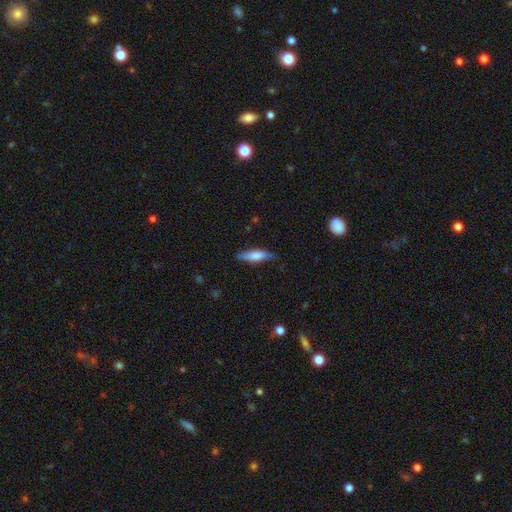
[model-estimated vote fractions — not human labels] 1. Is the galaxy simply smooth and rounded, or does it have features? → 69% smooth, 25% featured or disk, 6% star or artifact.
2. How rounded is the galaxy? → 61% cigar-shaped, 37% in between, 2% round.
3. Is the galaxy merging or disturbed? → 76% none, 19% minor disturbance, 3% major disturbance, 1% merger.